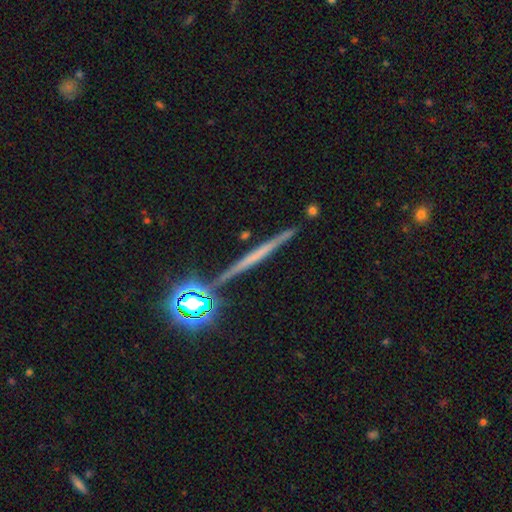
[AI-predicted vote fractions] The model was most divided on "smooth or featured": featured or disk: 49%, smooth: 33%, star or artifact: 18%. More confident: merging — none (88%).